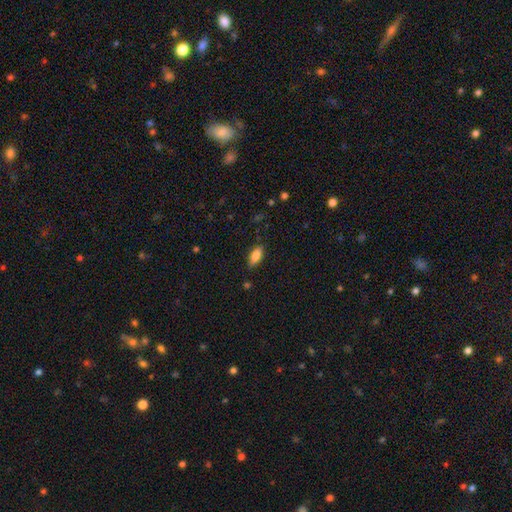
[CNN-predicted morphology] Overall: smooth (80%). How rounded: in between (82%). Merging: none (85%).